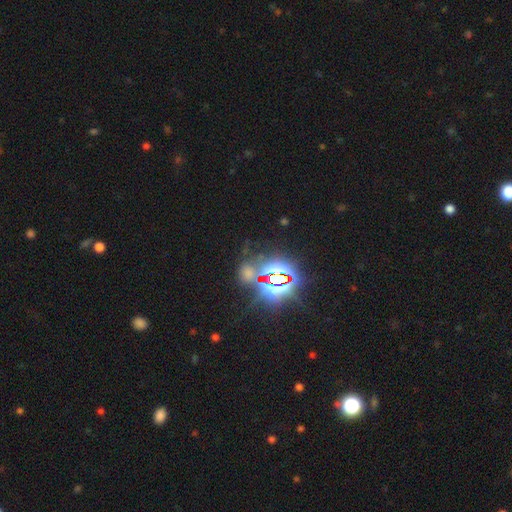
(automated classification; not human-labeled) smooth-or-featured: star or artifact: 81% | smooth: 11% | featured or disk: 8%